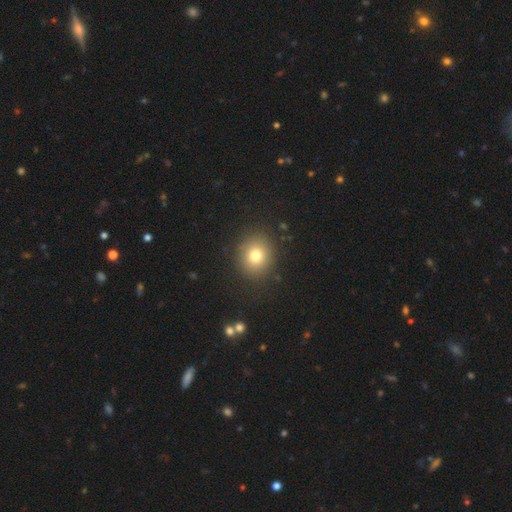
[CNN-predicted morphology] Smooth or featured?
  - smooth: 77% *
  - star or artifact: 14%
  - featured or disk: 10%
How rounded?
  - round: 81% *
  - in between: 19%
  - cigar-shaped: 1%
Merging?
  - none: 88% *
  - minor disturbance: 7%
  - major disturbance: 3%
  - merger: 1%